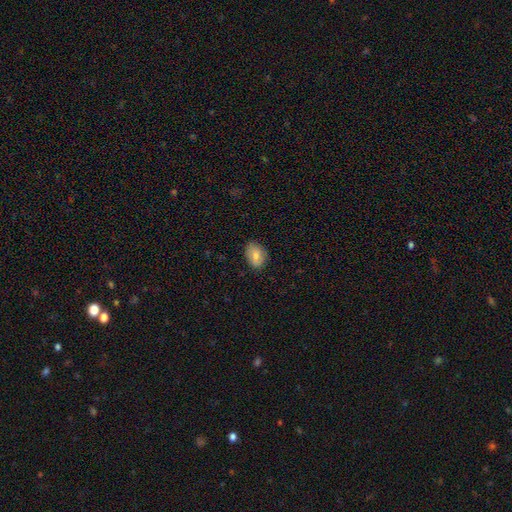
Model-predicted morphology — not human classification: smooth-or-featured: smooth: 77% | featured or disk: 15% | star or artifact: 8%
  how-rounded: in between: 73% | round: 25% | cigar-shaped: 1%
  merging: none: 81% | minor disturbance: 16% | major disturbance: 3% | merger: 1%